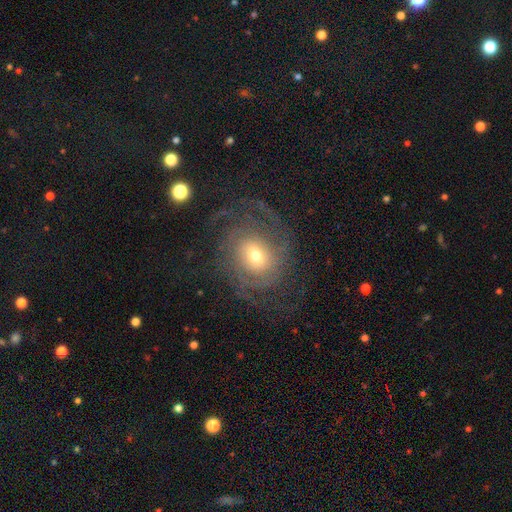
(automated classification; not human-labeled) featured or disk 80%, smooth 12%, star or artifact 8%. Down the decision tree: edge-on disk — no (97%); bar — no (60%); spiral arms — yes (92%); spiral arm count — can't tell (31%); spiral winding — tight (48%); bulge size — moderate (54%); merging — none (67%).